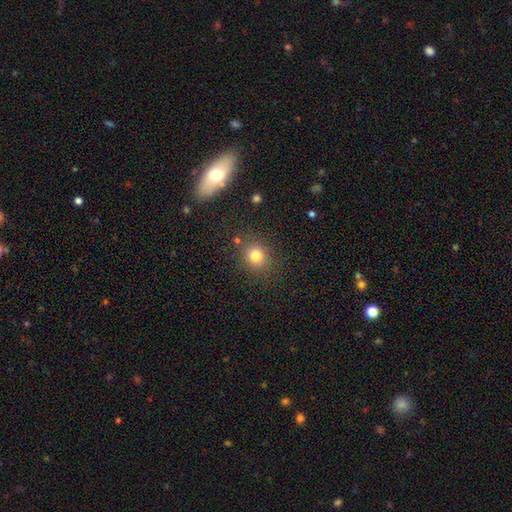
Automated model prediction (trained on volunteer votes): Morphology: type=smooth (80%); roundness=round (80%); merging=none (81%).